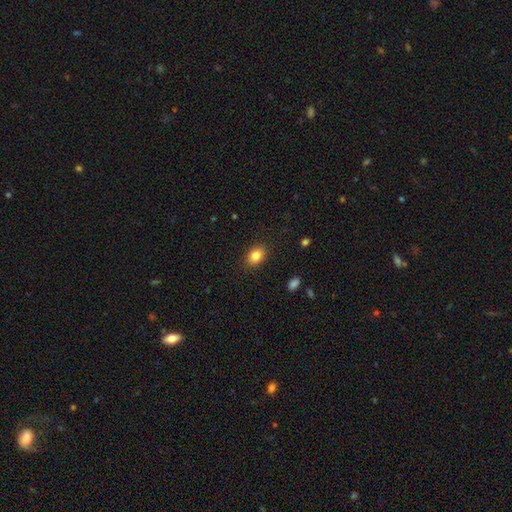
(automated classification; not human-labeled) Smooth or featured? smooth (84%)
How rounded? in between (76%)
Merging? none (88%)